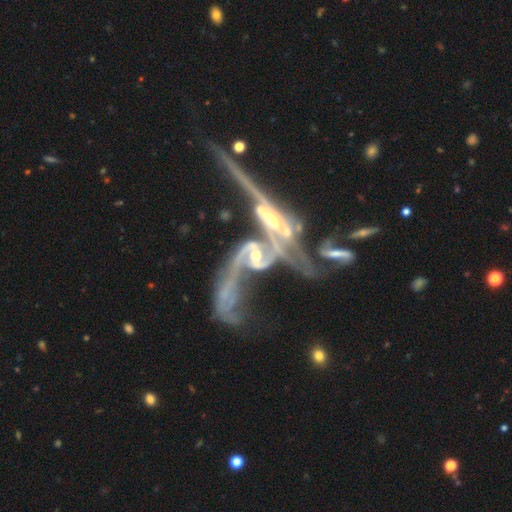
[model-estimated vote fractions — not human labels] A featured or disk galaxy (86%) with no bar (44%), 2 (78%) loose (63%) spiral arms (89%) and a moderate central bulge (45%).

Vote fractions:
- Smooth or featured? featured or disk: 86% / star or artifact: 7% / smooth: 6%
- Edge-on disk? no: 81% / yes: 19%
- Bar? no: 44% / weak: 32% / strong: 24%
- Spiral arms? yes: 89% / no: 11%
- Spiral winding? loose: 63% / medium: 25% / tight: 12%
- Spiral arm count? 2: 78% / can't tell: 10% / 1: 5% / 3: 3% / 4: 2% / more than 4: 2%
- Bulge size? moderate: 45% / small: 41% / none: 6% / large: 6% / dominant: 2%
- Merging? merger: 70% / major disturbance: 12% / none: 11% / minor disturbance: 7%